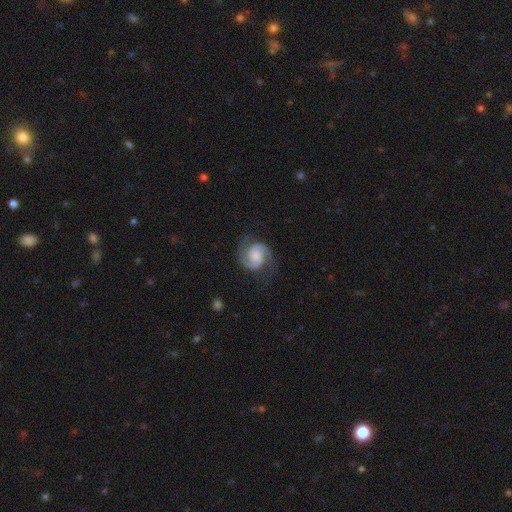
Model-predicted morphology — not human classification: Q: Smooth or featured?
A: featured or disk (90%); runner-up: smooth (6%)
Q: Edge-on disk?
A: no (98%); runner-up: yes (2%)
Q: Bar?
A: no (62%); runner-up: weak (31%)
Q: Spiral arms?
A: yes (98%); runner-up: no (2%)
Q: Spiral winding?
A: medium (54%); runner-up: tight (32%)
Q: Spiral arm count?
A: 2 (94%); runner-up: can't tell (2%)
Q: Bulge size?
A: moderate (29%); tied with: none (29%)
Q: Merging?
A: none (78%); runner-up: minor disturbance (15%)